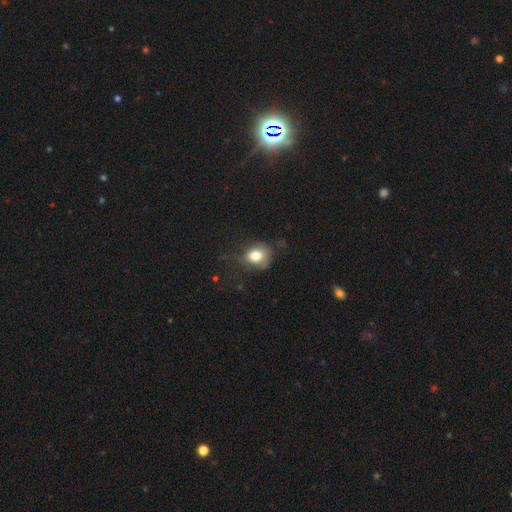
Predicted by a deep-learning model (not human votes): This is likely a smooth galaxy (78%). How rounded: possibly round (54%). Merging: possibly none (49%).